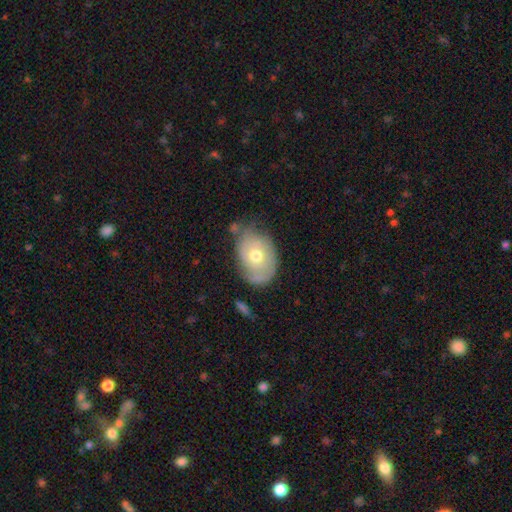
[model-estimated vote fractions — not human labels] This appears to be a smooth galaxy with no disk features (52%) that is in between round and cigar-shaped (77%). Merging: none (57%).